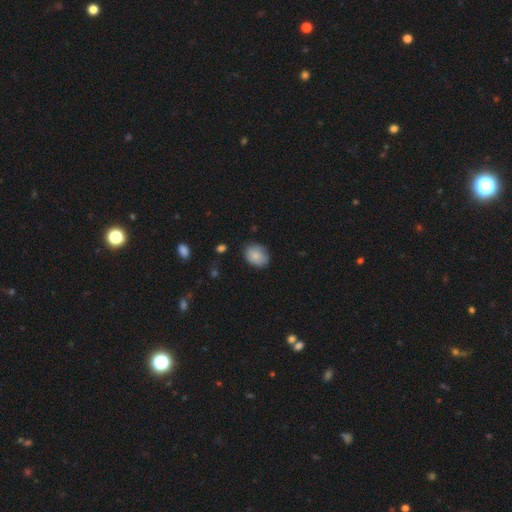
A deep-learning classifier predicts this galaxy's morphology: smooth-or-featured: smooth: 83% | featured or disk: 10% | star or artifact: 7%
  how-rounded: in between: 62% | round: 37% | cigar-shaped: 1%
  merging: none: 74% | minor disturbance: 20% | major disturbance: 4% | merger: 2%